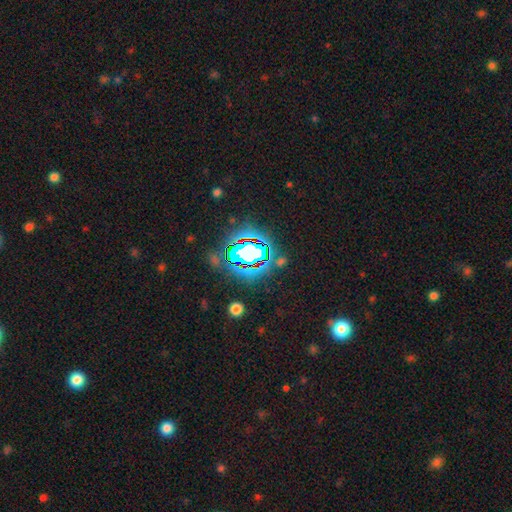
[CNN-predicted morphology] Smooth or featured? star or artifact (78%)